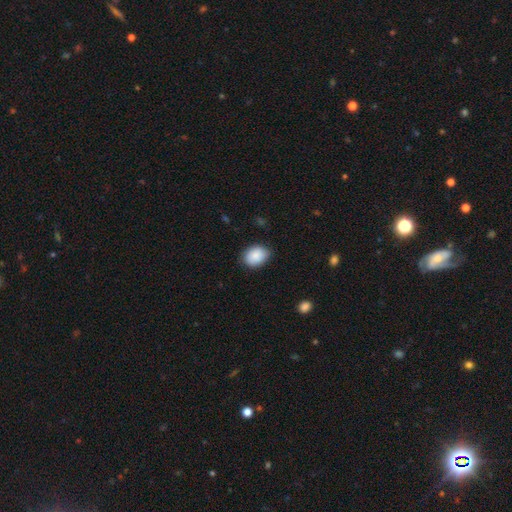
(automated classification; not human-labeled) Smooth or featured? Predicted: smooth (p=0.89). How rounded? Predicted: in between (p=0.68). Merging? Predicted: none (p=0.80).